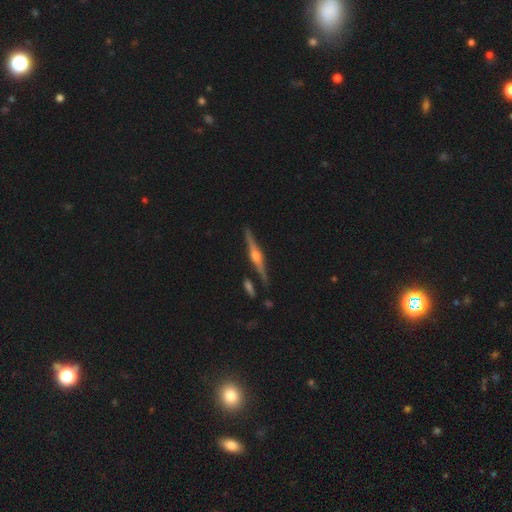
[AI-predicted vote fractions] A featured or disk galaxy (85%) viewed edge-on (98%) with a rounded central bulge (92%). Merging: none (87%).